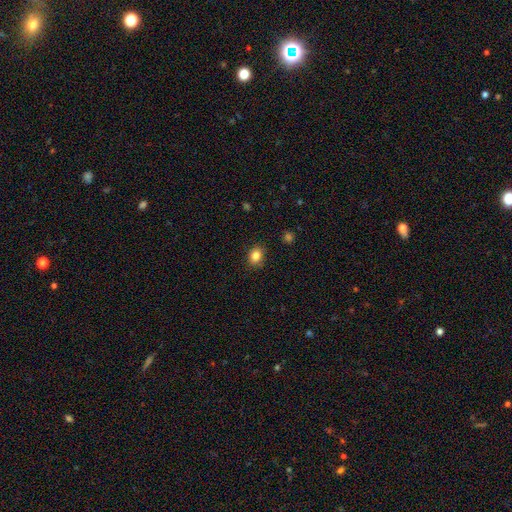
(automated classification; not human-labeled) smooth-or-featured: smooth: 84% | star or artifact: 10% | featured or disk: 6%
  how-rounded: in between: 57% | round: 42% | cigar-shaped: 1%
  merging: none: 87% | minor disturbance: 10% | major disturbance: 2% | merger: 1%